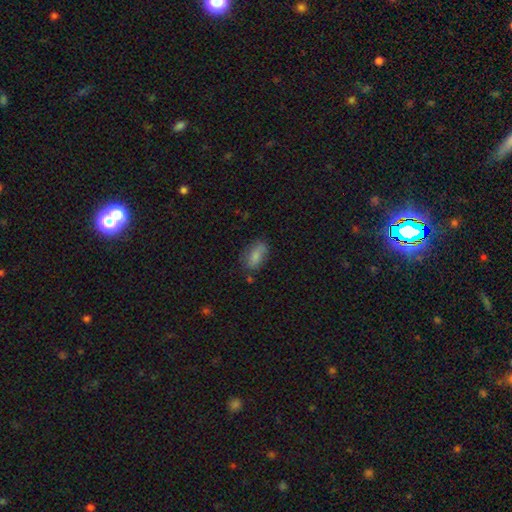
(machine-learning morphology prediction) smooth_or_featured: smooth (p=0.74) [alt: featured or disk p=0.18]
how_rounded: in between (p=0.87) [alt: round p=0.07]
merging: none (p=0.68) [alt: minor disturbance p=0.22]